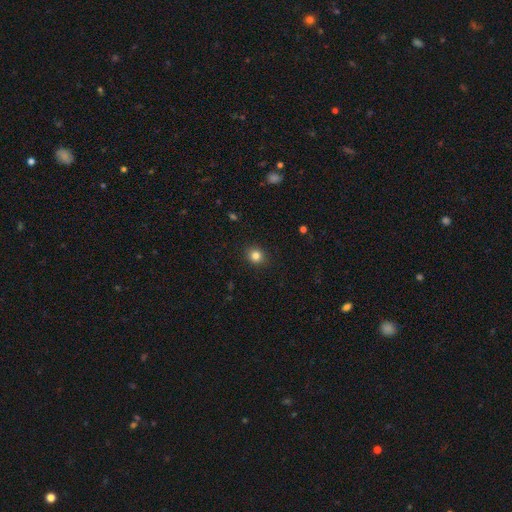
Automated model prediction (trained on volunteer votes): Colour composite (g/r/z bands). It shows a smooth galaxy with no disk features (82%) that is round (80%). Merging: none (91%).